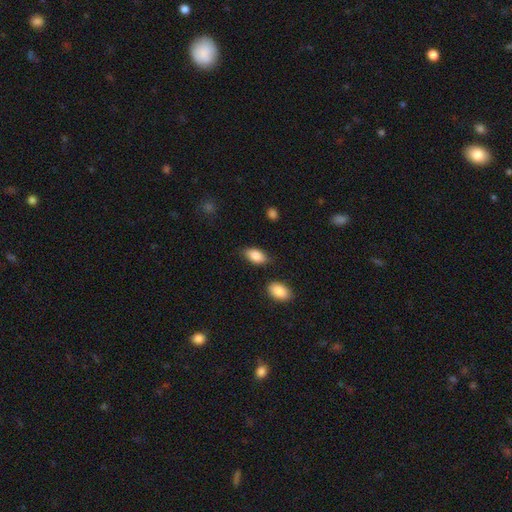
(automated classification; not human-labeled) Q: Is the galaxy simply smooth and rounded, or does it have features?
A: smooth — 88%.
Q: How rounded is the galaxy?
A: in between — 92%.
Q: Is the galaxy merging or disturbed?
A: none — 77%.